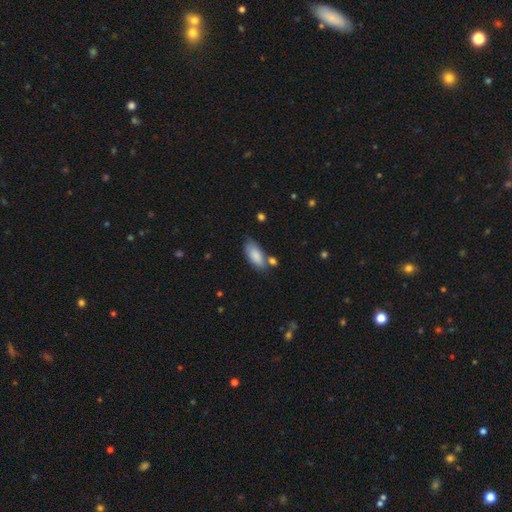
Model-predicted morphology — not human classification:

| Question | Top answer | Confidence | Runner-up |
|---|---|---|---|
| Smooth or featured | smooth | 84% | featured or disk (10%) |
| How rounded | in between | 86% | cigar-shaped (12%) |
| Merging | none | 62% | minor disturbance (21%) |